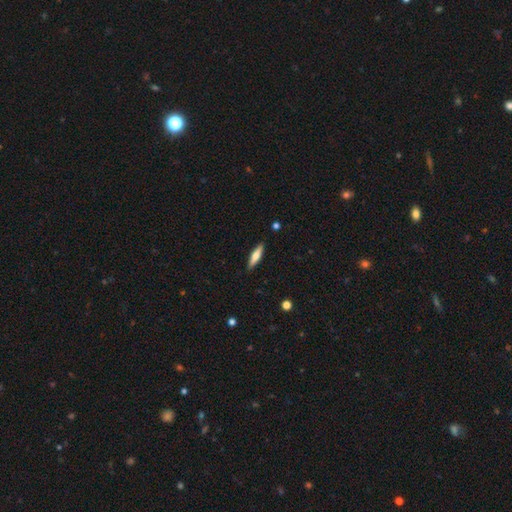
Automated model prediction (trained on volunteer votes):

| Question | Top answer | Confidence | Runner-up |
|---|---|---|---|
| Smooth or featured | smooth | 58% | featured or disk (36%) |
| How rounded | cigar-shaped | 74% | in between (24%) |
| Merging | none | 90% | minor disturbance (8%) |